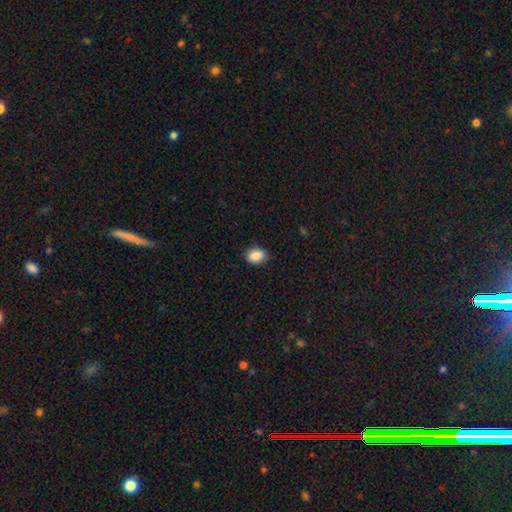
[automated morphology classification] Overall: smooth (88%). How rounded: in between (70%). Merging: none (87%).